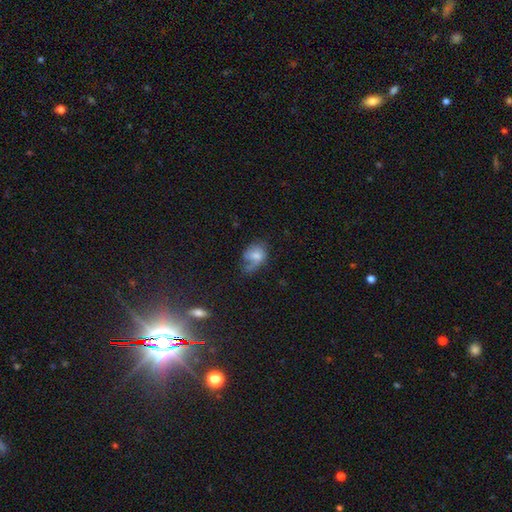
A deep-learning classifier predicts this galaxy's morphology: Overall: smooth (53%; featured or disk 36%). How rounded: in between (75%). Merging: none (34%; major disturbance 32%).